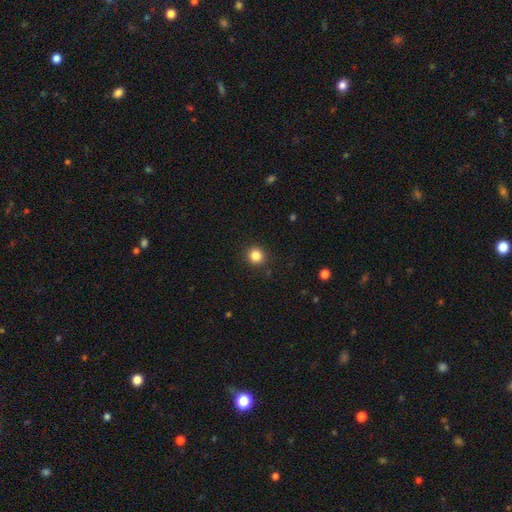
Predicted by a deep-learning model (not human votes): Smooth or featured? smooth (84%)
How rounded? round (92%)
Merging? none (91%)